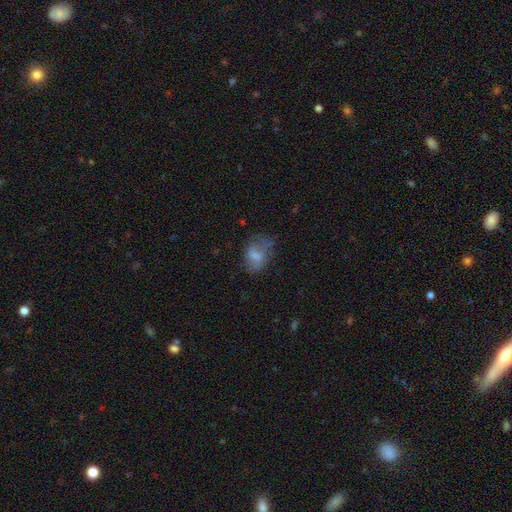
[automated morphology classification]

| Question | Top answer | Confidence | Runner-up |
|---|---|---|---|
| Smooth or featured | smooth | 59% | featured or disk (30%) |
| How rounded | in between | 73% | round (26%) |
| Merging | none | 42% | minor disturbance (28%) |